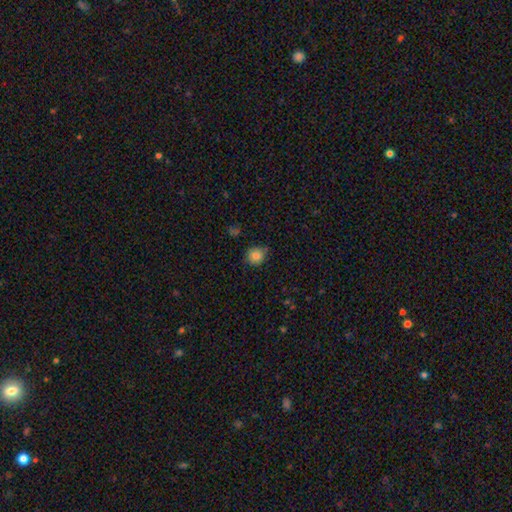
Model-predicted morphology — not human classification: smooth_or_featured: smooth (p=0.84) [alt: star or artifact p=0.10]
how_rounded: round (p=0.82) [alt: in between p=0.17]
merging: none (p=0.76) [alt: minor disturbance p=0.19]